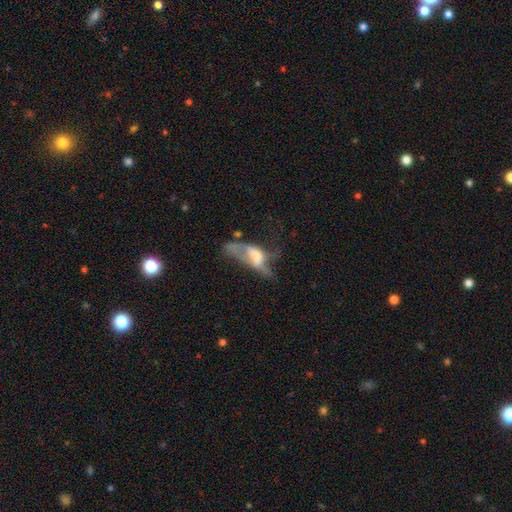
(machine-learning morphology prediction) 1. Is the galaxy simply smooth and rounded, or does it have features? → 48% featured or disk, 41% smooth, 11% star or artifact.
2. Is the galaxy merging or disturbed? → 51% major disturbance, 19% none, 16% minor disturbance, 13% merger.